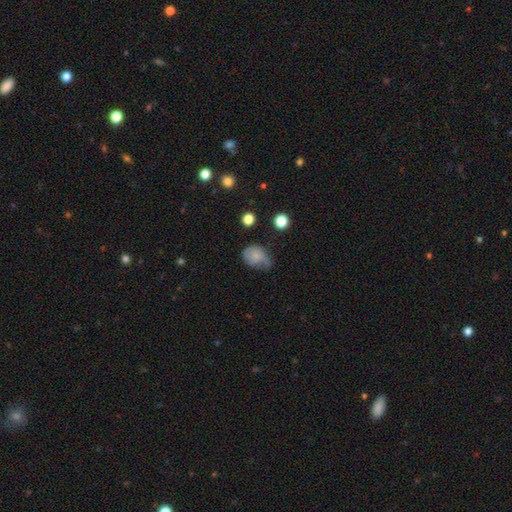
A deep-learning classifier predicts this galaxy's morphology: This is likely a smooth galaxy (65%). How rounded: possibly in between (59%). Merging: marginally minor disturbance (42%).